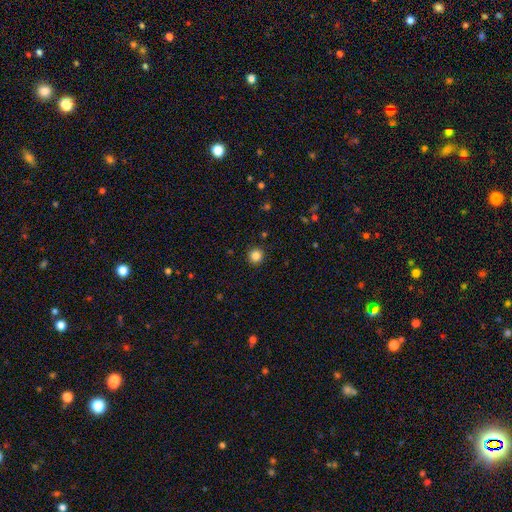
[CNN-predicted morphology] The model was most divided on "smooth or featured": smooth: 85%, star or artifact: 11%, featured or disk: 4%. More confident: how rounded — round (95%); merging — none (92%).